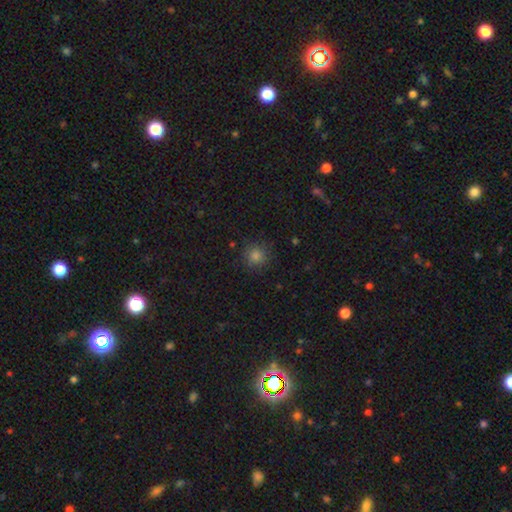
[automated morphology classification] A smooth galaxy with no disk features (79%) that is round (93%).

Vote fractions:
- Smooth or featured? smooth: 79% / star or artifact: 16% / featured or disk: 5%
- How rounded? round: 93% / in between: 6% / cigar-shaped: 1%
- Merging? none: 87% / minor disturbance: 9% / major disturbance: 3% / merger: 1%